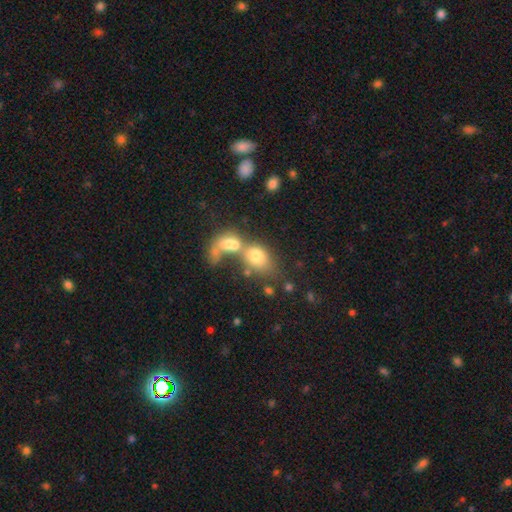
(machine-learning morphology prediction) A smooth galaxy with no disk features (71%) that is in between round and cigar-shaped (67%). Merging: merger (60%).